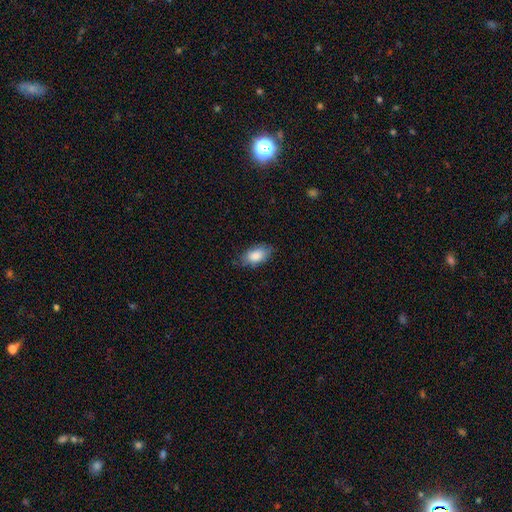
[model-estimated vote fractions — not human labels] Smooth or featured? Predicted: smooth (p=0.85). How rounded? Predicted: in between (p=0.92). Merging? Predicted: none (p=0.74).